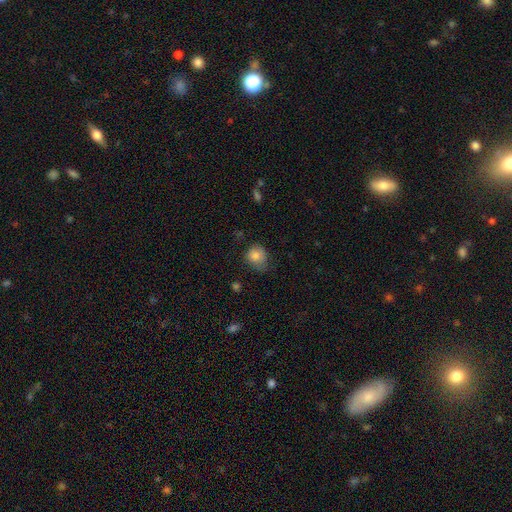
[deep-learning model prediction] smooth_or_featured: smooth (p=0.83) [alt: star or artifact p=0.09]
how_rounded: round (p=0.72) [alt: in between p=0.27]
merging: none (p=0.54) [alt: minor disturbance p=0.34]